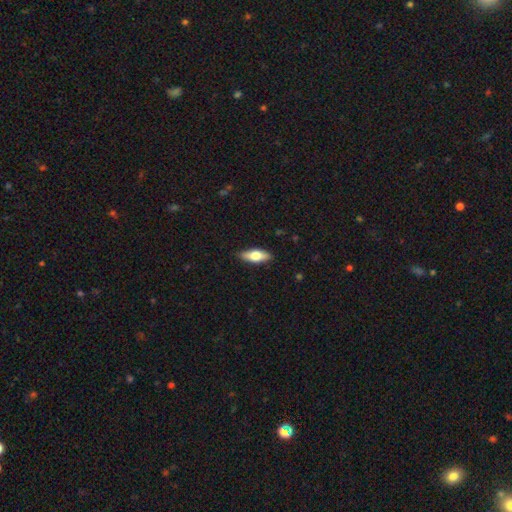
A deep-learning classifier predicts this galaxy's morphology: A smooth galaxy with no disk features (60%) that is in between round and cigar-shaped (68%).

Vote fractions:
- Smooth or featured? smooth: 60% / featured or disk: 34% / star or artifact: 6%
- How rounded? in between: 68% / cigar-shaped: 29% / round: 3%
- Merging? none: 88% / minor disturbance: 9% / major disturbance: 2% / merger: 1%